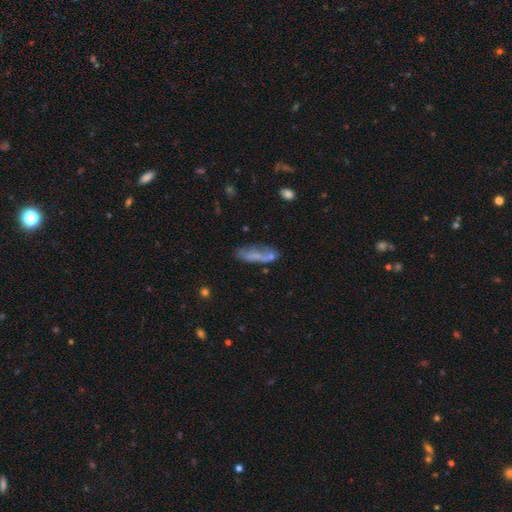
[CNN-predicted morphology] smooth 55%, featured or disk 34%, star or artifact 11%. Down the decision tree: how rounded — cigar-shaped (49%); merging — none (43%).